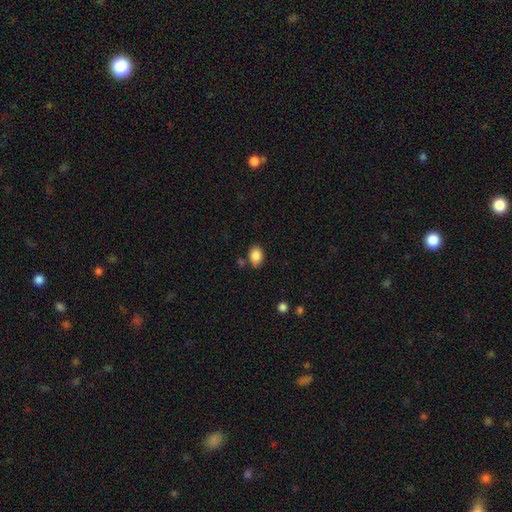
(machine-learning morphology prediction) Smooth or featured: smooth — 87% (star or artifact — 9%)
How rounded: in between — 69% (round — 30%)
Merging: none — 74% (minor disturbance — 15%)